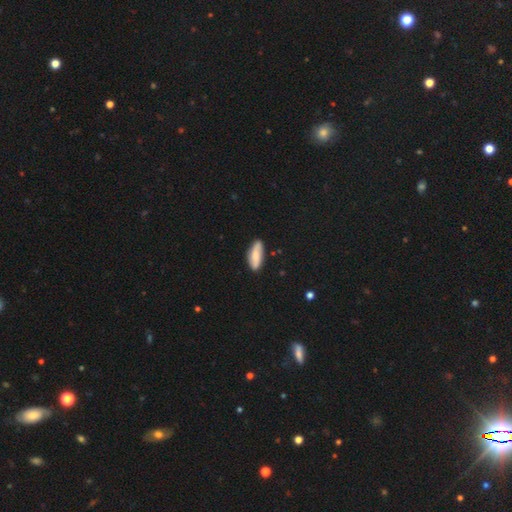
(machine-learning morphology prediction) Q: Smooth or featured?
A: smooth (69%); runner-up: featured or disk (24%)
Q: How rounded?
A: in between (69%); runner-up: cigar-shaped (29%)
Q: Merging?
A: none (81%); runner-up: minor disturbance (14%)